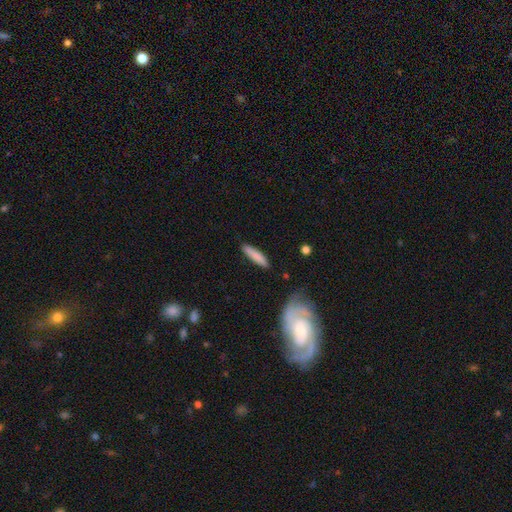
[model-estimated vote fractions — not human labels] Smooth or featured? Predicted: smooth (p=0.82). How rounded? Predicted: cigar-shaped (p=0.83). Merging? Predicted: none (p=0.87).